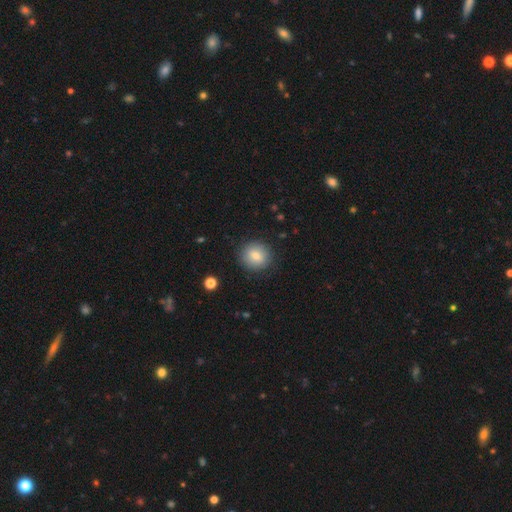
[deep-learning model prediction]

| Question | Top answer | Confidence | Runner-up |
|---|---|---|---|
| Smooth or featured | smooth | 79% | featured or disk (12%) |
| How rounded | round | 88% | in between (11%) |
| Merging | none | 87% | minor disturbance (9%) |